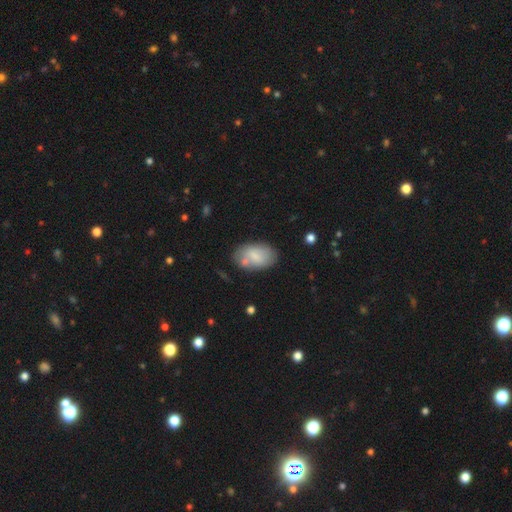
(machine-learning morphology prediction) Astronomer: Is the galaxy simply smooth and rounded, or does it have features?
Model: smooth — 74%.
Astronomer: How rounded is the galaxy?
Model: in between — 92%.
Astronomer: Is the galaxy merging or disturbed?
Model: none — 64%.